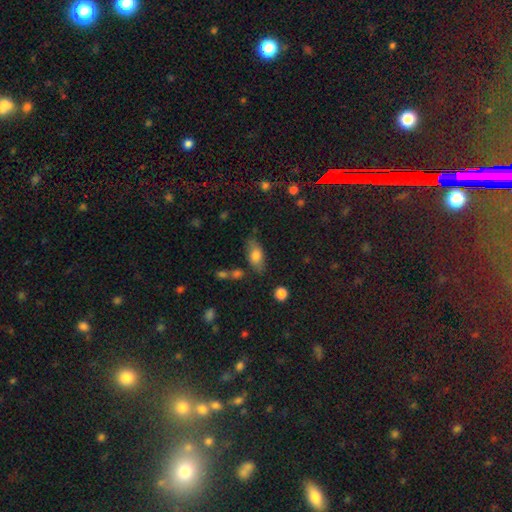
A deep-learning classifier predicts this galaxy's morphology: Smooth or featured?
  - smooth: 74% *
  - featured or disk: 18%
  - star or artifact: 8%
How rounded?
  - in between: 85% *
  - cigar-shaped: 9%
  - round: 6%
Merging?
  - none: 70% *
  - minor disturbance: 19%
  - merger: 6%
  - major disturbance: 5%